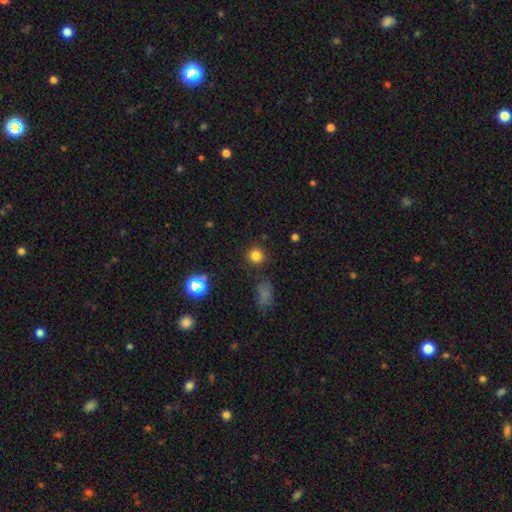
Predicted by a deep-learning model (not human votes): Smooth or featured: smooth — 79% (star or artifact — 16%)
How rounded: round — 93% (in between — 6%)
Merging: none — 88% (minor disturbance — 7%)